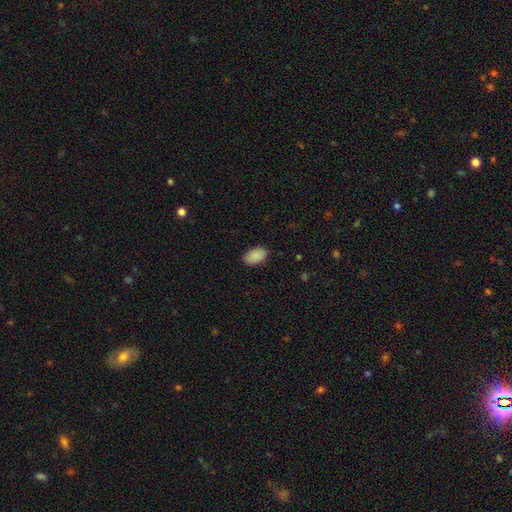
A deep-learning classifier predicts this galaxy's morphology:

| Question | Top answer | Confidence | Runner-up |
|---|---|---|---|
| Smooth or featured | smooth | 89% | star or artifact (7%) |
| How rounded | in between | 93% | round (6%) |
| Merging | none | 88% | minor disturbance (9%) |